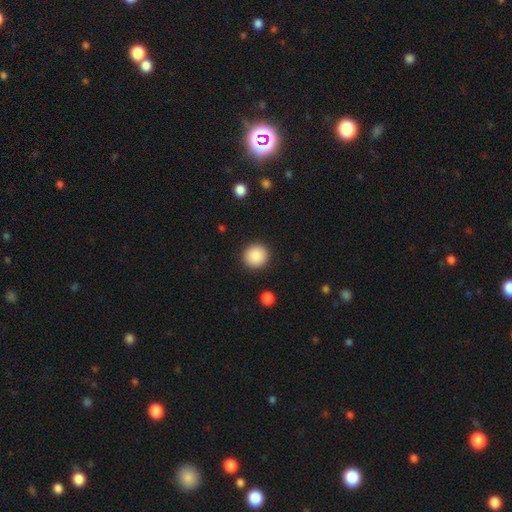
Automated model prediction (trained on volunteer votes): Smooth or featured?
  - smooth: 87% *
  - star or artifact: 8%
  - featured or disk: 5%
How rounded?
  - round: 94% *
  - in between: 5%
  - cigar-shaped: 1%
Merging?
  - none: 92% *
  - minor disturbance: 5%
  - major disturbance: 2%
  - merger: 1%